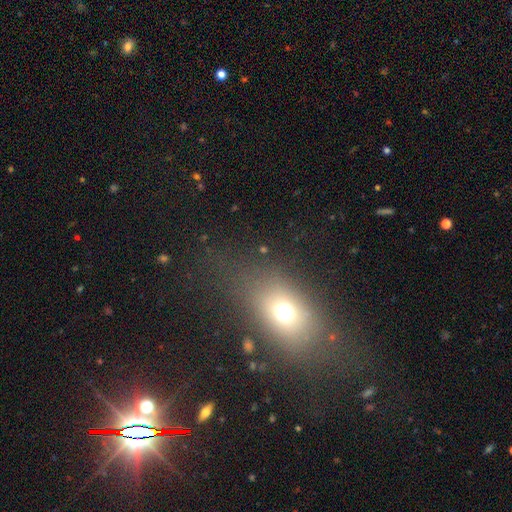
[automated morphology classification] type=smooth (53%); roundness=in between (68%); merging=none (73%).